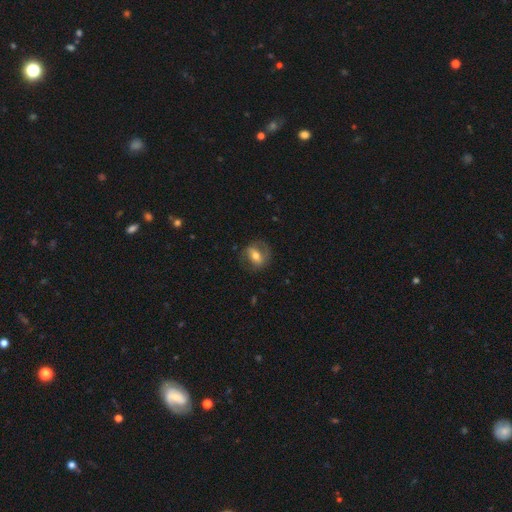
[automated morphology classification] A featured or disk galaxy (52%). Merging: none (71%).